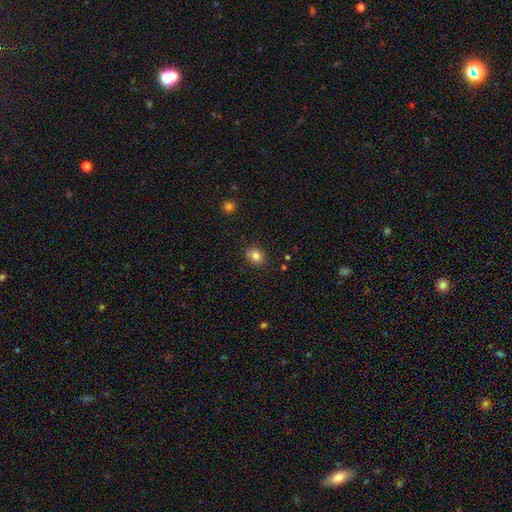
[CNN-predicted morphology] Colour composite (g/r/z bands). It shows a smooth galaxy with no disk features (83%) that is round (65%). Merging: none (85%).